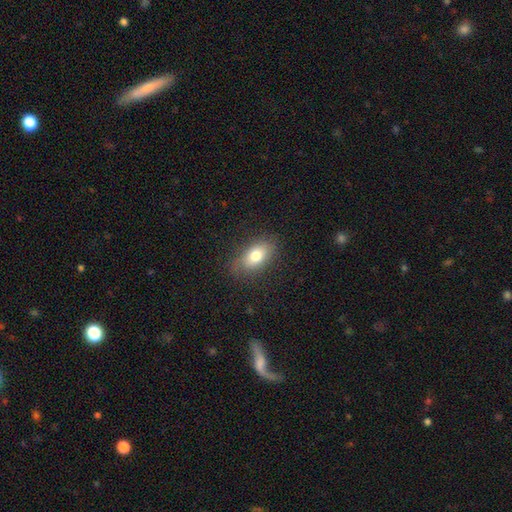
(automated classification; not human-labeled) Q: Smooth or featured?
A: smooth (77%); runner-up: featured or disk (15%)
Q: How rounded?
A: in between (87%); runner-up: round (8%)
Q: Merging?
A: none (81%); runner-up: minor disturbance (14%)